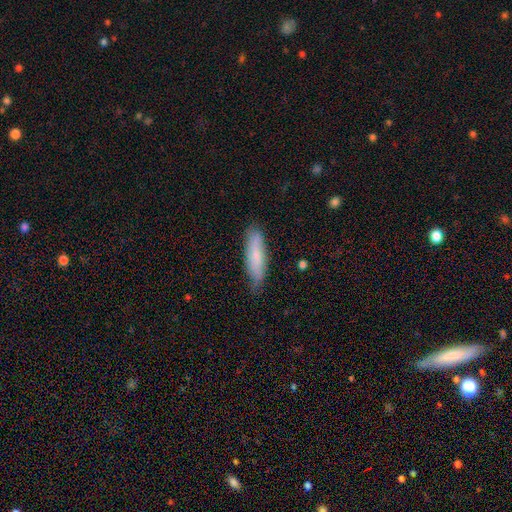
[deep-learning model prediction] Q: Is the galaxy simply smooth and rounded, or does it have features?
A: smooth — 73%.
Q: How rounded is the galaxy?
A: cigar-shaped — 68%.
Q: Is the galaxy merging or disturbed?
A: none — 76%.